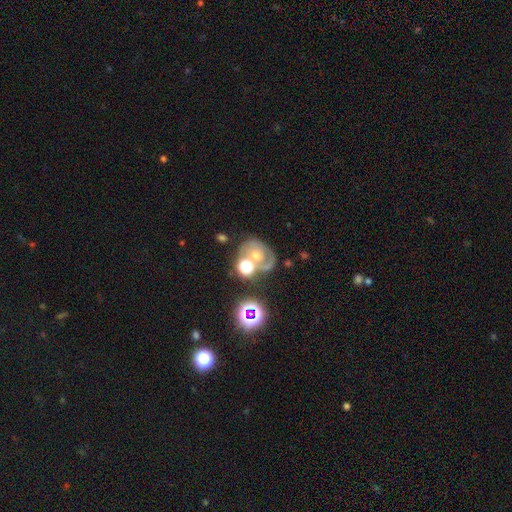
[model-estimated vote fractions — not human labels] This appears to be a featured or disk galaxy (49%). Merging: none (39%).